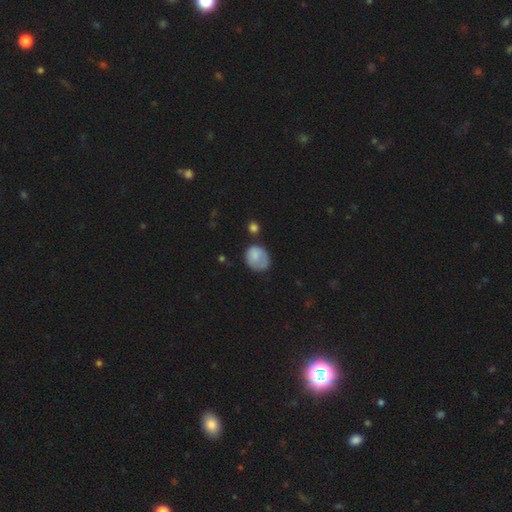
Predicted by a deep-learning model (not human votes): Morphology: type=smooth (77%); roundness=round (59%); merging=none (48%).